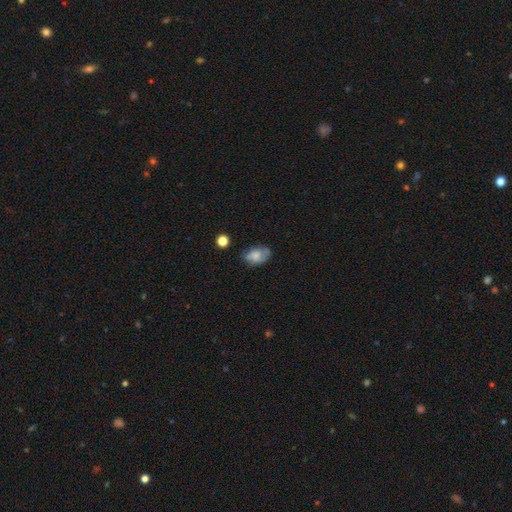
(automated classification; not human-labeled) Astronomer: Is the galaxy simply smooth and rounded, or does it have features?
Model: smooth — 62%.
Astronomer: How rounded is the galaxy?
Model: in between — 84%.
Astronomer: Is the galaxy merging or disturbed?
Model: none — 57%.